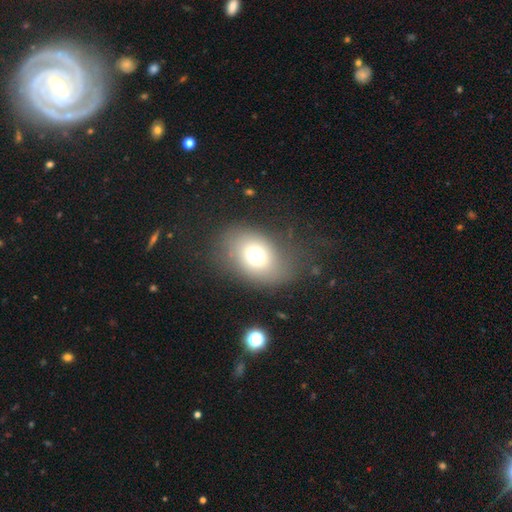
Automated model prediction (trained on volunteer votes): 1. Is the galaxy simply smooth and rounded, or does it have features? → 69% smooth, 17% featured or disk, 14% star or artifact.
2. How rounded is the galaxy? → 67% in between, 32% round, 1% cigar-shaped.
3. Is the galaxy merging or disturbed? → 66% none, 17% minor disturbance, 15% major disturbance, 2% merger.